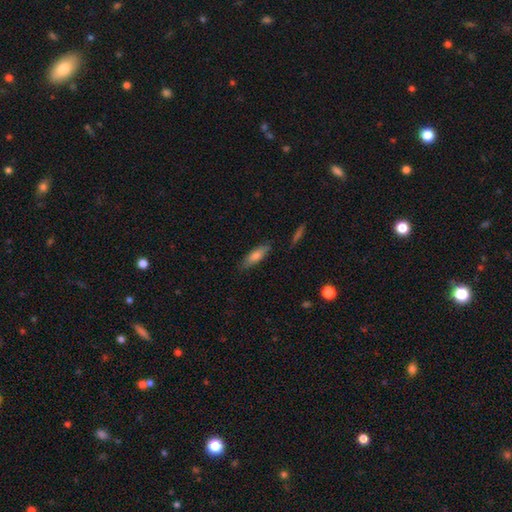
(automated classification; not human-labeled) This appears to be a smooth galaxy with no disk features (74%) that is cigar-shaped (51%). Merging: none (82%).